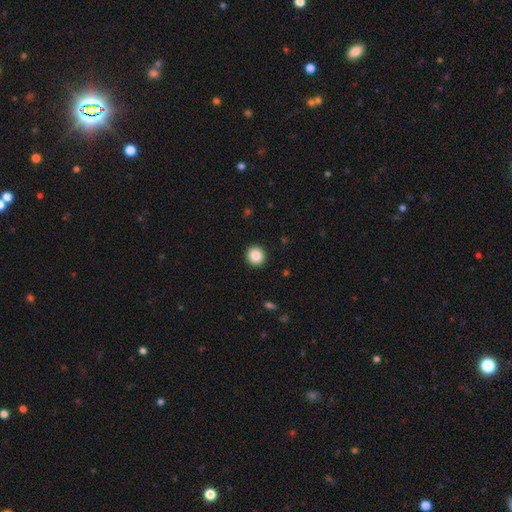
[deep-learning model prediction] This is clearly a smooth galaxy (86%). How rounded: clearly round (92%). Merging: clearly none (92%).